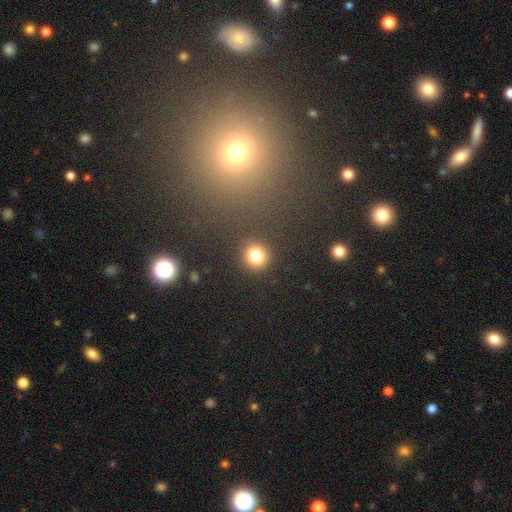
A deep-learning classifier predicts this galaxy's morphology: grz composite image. It shows a smooth galaxy with no disk features (80%) that is round (91%). Merging: none (89%).